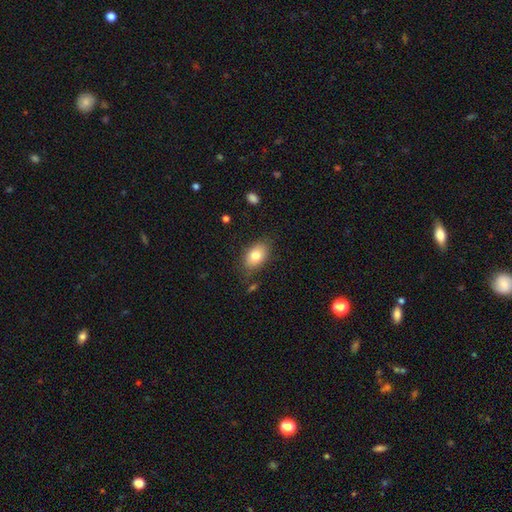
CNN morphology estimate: Smooth or featured? smooth (79%)
How rounded? in between (87%)
Merging? none (79%)